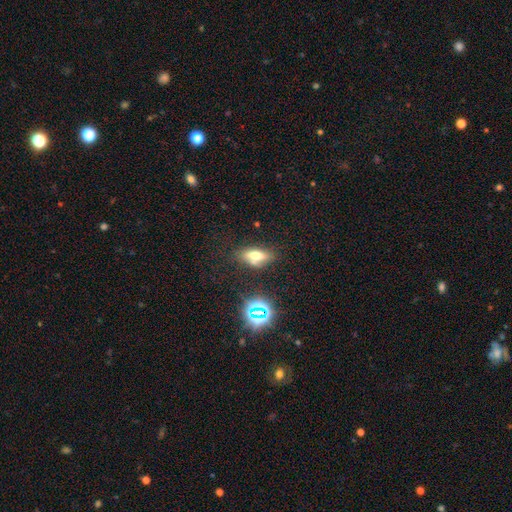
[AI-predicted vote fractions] smooth 55%, featured or disk 27%, star or artifact 18%. Down the decision tree: how rounded — in between (73%); merging — none (71%).